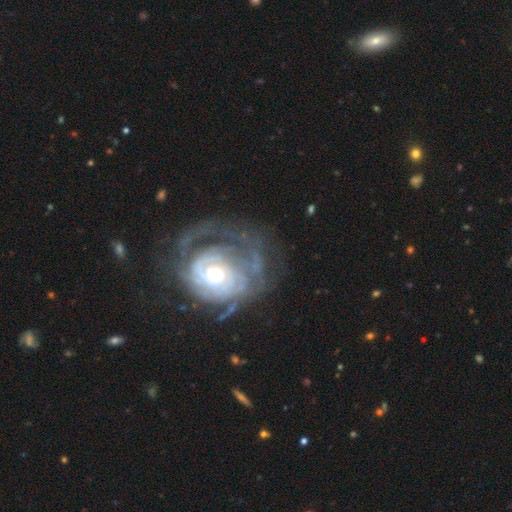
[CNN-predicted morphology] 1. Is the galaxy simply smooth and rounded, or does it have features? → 72% featured or disk, 17% smooth, 11% star or artifact.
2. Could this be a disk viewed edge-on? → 97% no, 3% yes.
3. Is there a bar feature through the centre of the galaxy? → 74% no, 19% weak, 7% strong.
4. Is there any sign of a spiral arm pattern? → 66% yes, 34% no.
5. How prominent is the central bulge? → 48% moderate, 41% small, 7% large, 2% dominant, 2% none.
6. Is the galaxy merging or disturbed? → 44% none, 35% major disturbance, 17% minor disturbance, 3% merger.